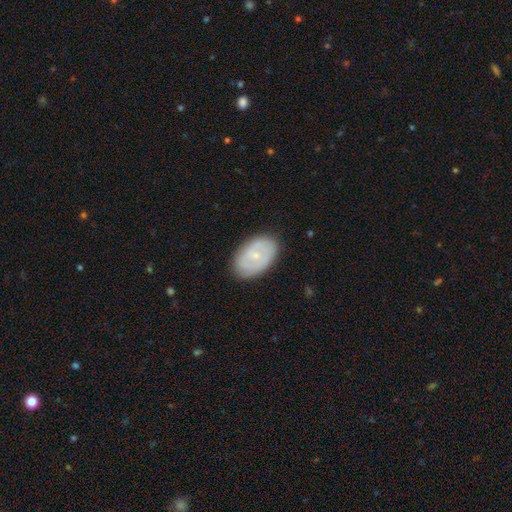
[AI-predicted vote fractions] This appears to be a smooth galaxy with no disk features (50%). Merging: none (84%).